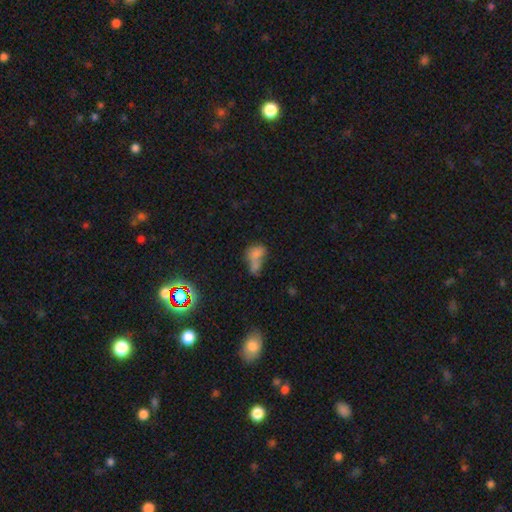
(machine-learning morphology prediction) A smooth galaxy with no disk features (68%) that is in between round and cigar-shaped (75%). Merging: merger (59%).